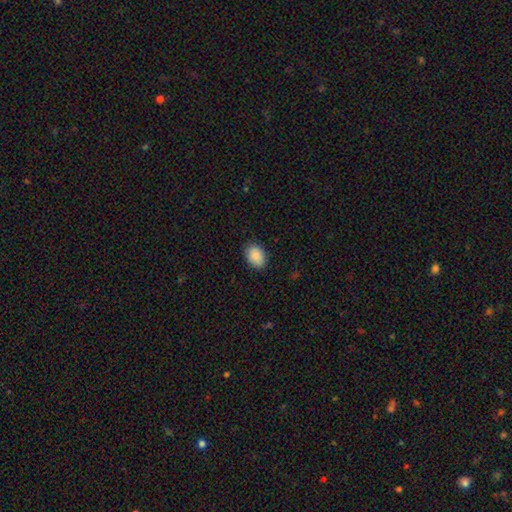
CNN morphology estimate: Smooth or featured: smooth — 89% (star or artifact — 7%)
How rounded: in between — 77% (round — 22%)
Merging: none — 87% (minor disturbance — 10%)